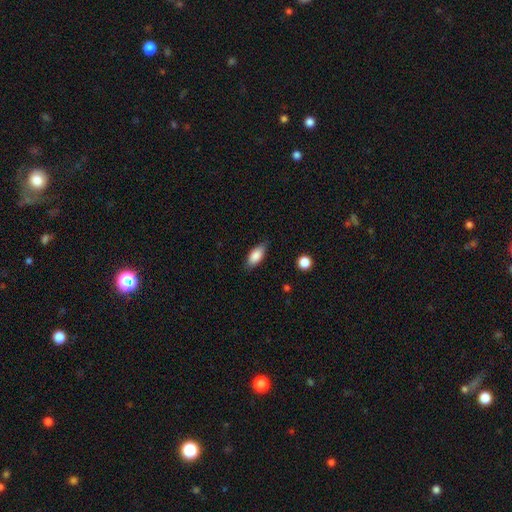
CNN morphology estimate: A smooth galaxy with no disk features (84%) that is in between round and cigar-shaped (85%). Merging: none (77%).